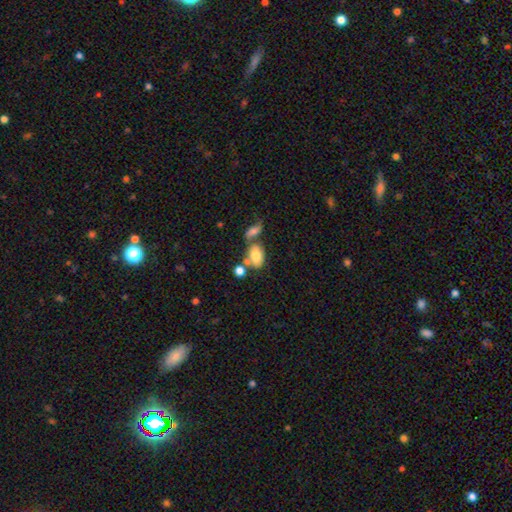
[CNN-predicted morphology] Smooth or featured? Predicted: smooth (p=0.75). How rounded? Predicted: in between (p=0.86). Merging? Predicted: none (p=0.41).